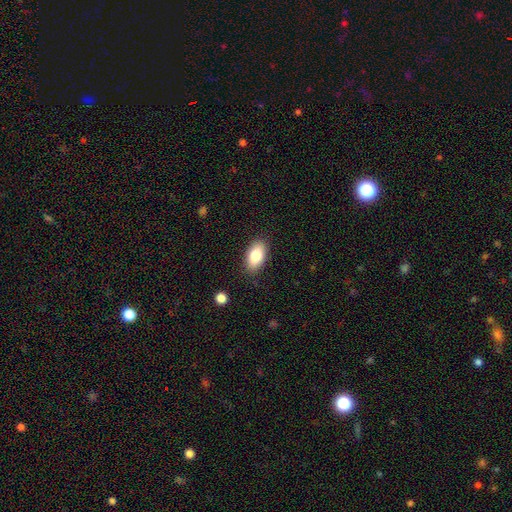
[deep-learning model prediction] This is clearly a smooth galaxy (82%). How rounded: clearly in between (93%). Merging: clearly none (87%).